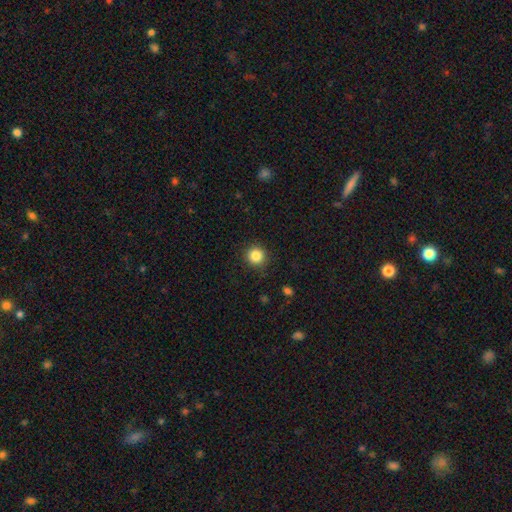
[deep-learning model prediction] smooth_or_featured: smooth (p=0.85) [alt: star or artifact p=0.11]
how_rounded: round (p=0.95) [alt: in between p=0.05]
merging: none (p=0.90) [alt: minor disturbance p=0.06]